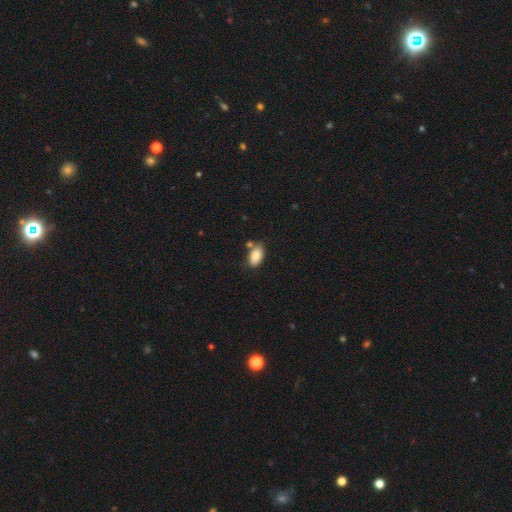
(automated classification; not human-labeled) Smooth or featured: smooth — 86% (star or artifact — 7%)
How rounded: in between — 94% (round — 5%)
Merging: none — 68% (minor disturbance — 16%)